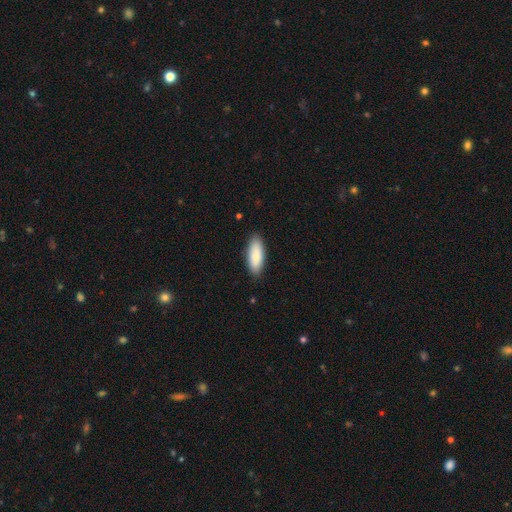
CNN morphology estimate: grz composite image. It shows a smooth galaxy with no disk features (89%) that is in between round and cigar-shaped (76%). Merging: none (86%).